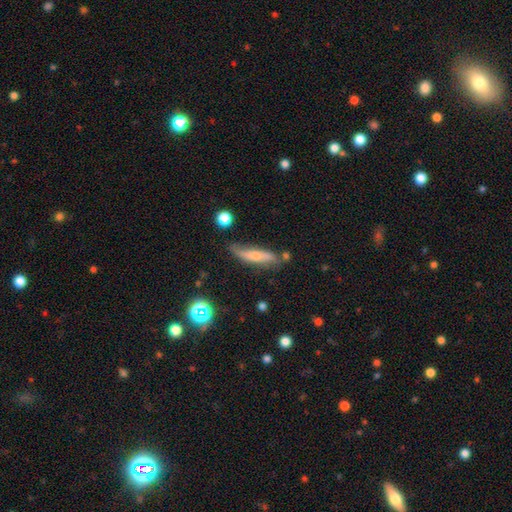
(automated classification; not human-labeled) smooth 50%, featured or disk 42%, star or artifact 8%. Down the decision tree: how rounded — cigar-shaped (77%); merging — none (63%).